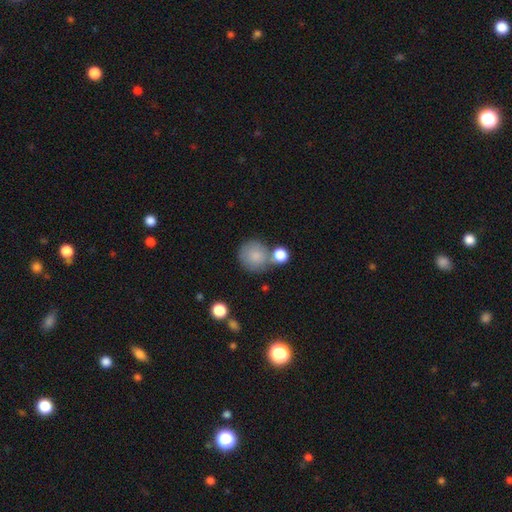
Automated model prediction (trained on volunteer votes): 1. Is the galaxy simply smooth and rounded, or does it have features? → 82% smooth, 10% featured or disk, 8% star or artifact.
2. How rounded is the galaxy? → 90% round, 9% in between, 1% cigar-shaped.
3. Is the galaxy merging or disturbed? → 54% none, 25% merger, 15% minor disturbance, 6% major disturbance.